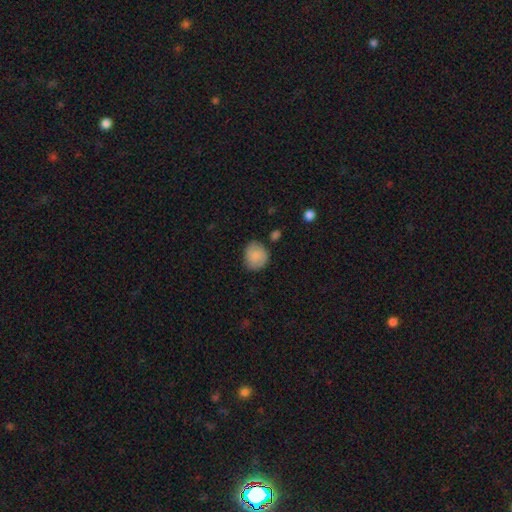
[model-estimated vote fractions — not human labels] smooth_or_featured: smooth (p=0.80) [alt: featured or disk p=0.12]
how_rounded: round (p=0.78) [alt: in between p=0.21]
merging: none (p=0.78) [alt: minor disturbance p=0.16]